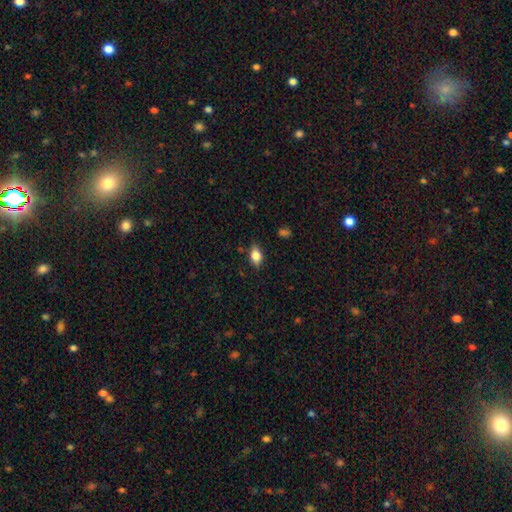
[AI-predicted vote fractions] A smooth galaxy with no disk features (81%) that is in between round and cigar-shaped (81%). Merging: none (79%).